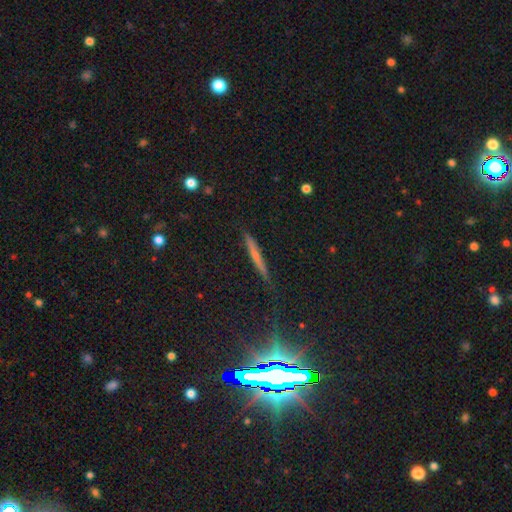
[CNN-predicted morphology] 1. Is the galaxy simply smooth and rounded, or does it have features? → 43% smooth, 42% featured or disk, 15% star or artifact.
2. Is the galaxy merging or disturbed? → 86% none, 10% minor disturbance, 2% major disturbance, 2% merger.